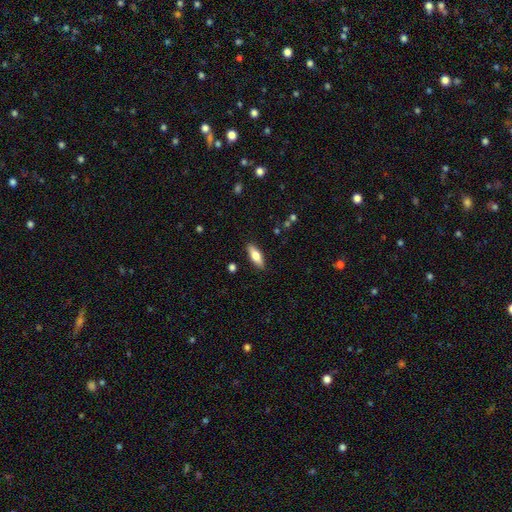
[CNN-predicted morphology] This appears to be a smooth galaxy with no disk features (70%) that is in between round and cigar-shaped (66%). Merging: none (89%).